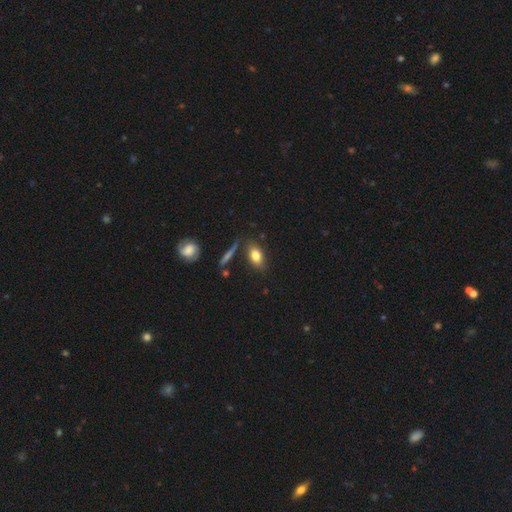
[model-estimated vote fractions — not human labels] A smooth galaxy with no disk features (79%) that is in between round and cigar-shaped (84%). Merging: none (76%).